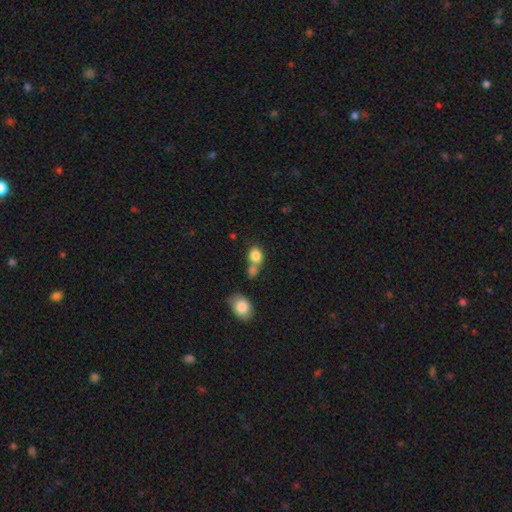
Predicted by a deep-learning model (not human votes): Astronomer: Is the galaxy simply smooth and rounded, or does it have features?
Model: smooth — 83%.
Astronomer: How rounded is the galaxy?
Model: round — 60% (runner-up: in between, 39%).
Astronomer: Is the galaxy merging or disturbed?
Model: merger — 46% (runner-up: none, 38%).